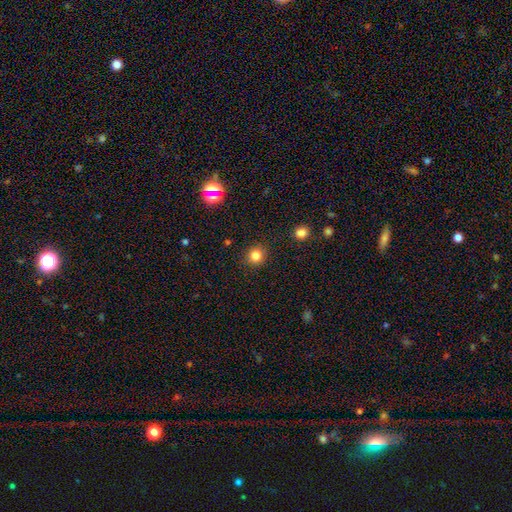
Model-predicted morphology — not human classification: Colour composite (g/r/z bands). It shows a smooth galaxy with no disk features (82%) that is round (87%). Merging: none (90%).